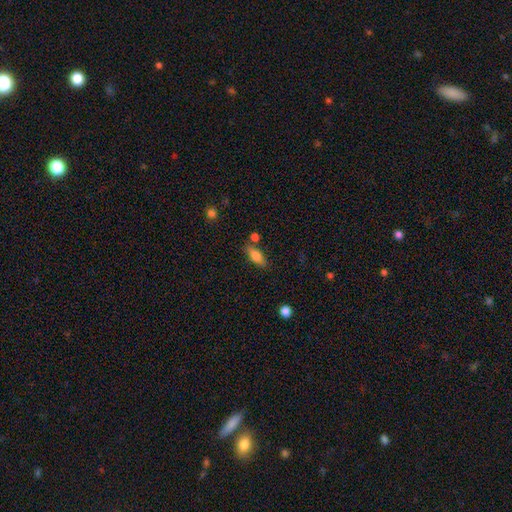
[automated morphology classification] Smooth or featured? Predicted: smooth (p=0.77). How rounded? Predicted: in between (p=0.71). Merging? Predicted: none (p=0.69).